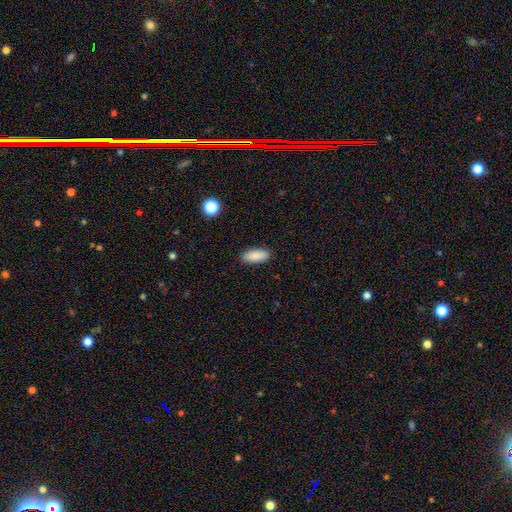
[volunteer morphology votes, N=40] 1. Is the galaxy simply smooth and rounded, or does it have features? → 95% smooth, 5% star or artifact, 0% featured or disk.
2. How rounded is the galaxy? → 87% in between, 8% cigar-shaped, 5% round.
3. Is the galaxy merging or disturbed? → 97% none, 3% minor disturbance, 0% major disturbance, 0% merger.